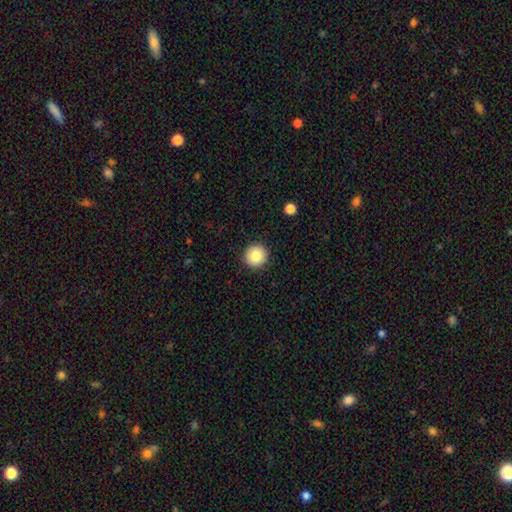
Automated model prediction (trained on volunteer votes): Overall: smooth (83%). How rounded: round (95%). Merging: none (92%).